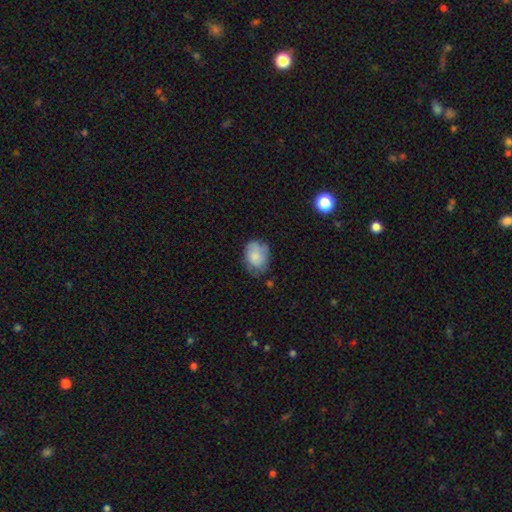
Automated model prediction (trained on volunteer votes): smooth-or-featured: smooth: 76% | featured or disk: 17% | star or artifact: 7%
  how-rounded: in between: 72% | round: 27% | cigar-shaped: 1%
  merging: none: 55% | minor disturbance: 32% | major disturbance: 10% | merger: 3%